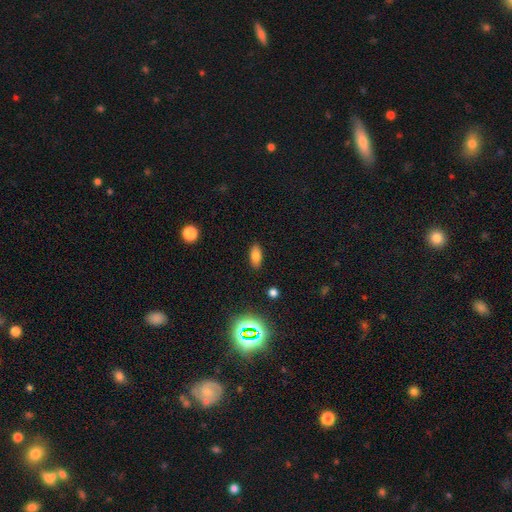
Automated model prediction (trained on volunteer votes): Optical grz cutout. It shows a smooth galaxy with no disk features (77%) that is in between round and cigar-shaped (84%). Merging: none (88%).